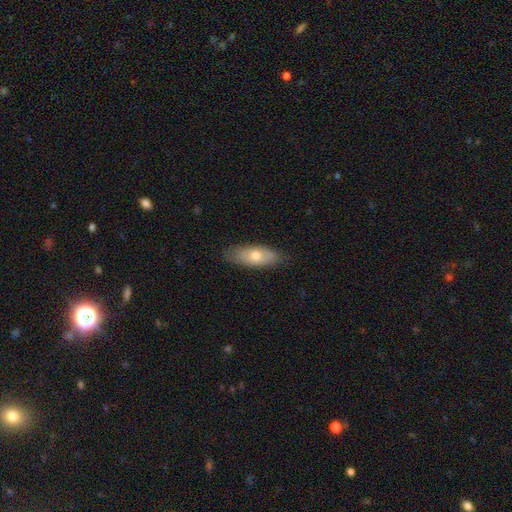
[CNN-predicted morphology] A smooth galaxy with no disk features (66%) that is in between round and cigar-shaped (76%). Merging: none (81%).